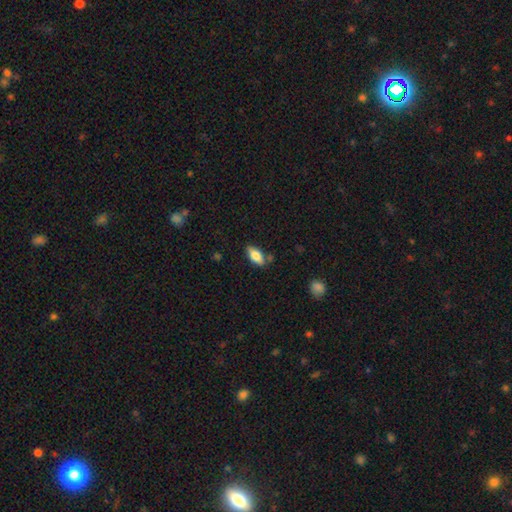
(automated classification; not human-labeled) Smooth or featured: smooth — 74% (featured or disk — 19%)
How rounded: in between — 84% (cigar-shaped — 13%)
Merging: none — 78% (minor disturbance — 14%)